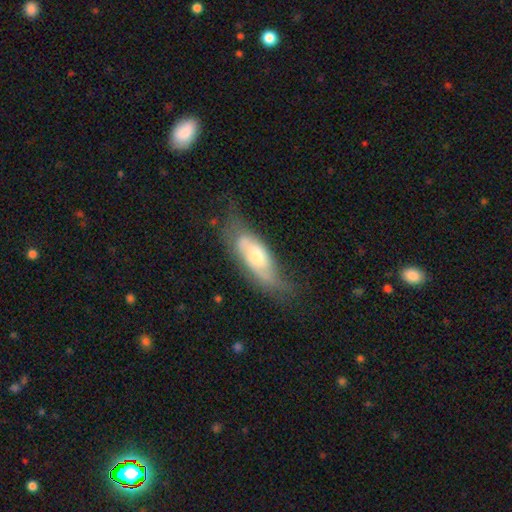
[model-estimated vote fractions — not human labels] Smooth or featured? Predicted: featured or disk (p=0.49). Merging? Predicted: none (p=0.49).